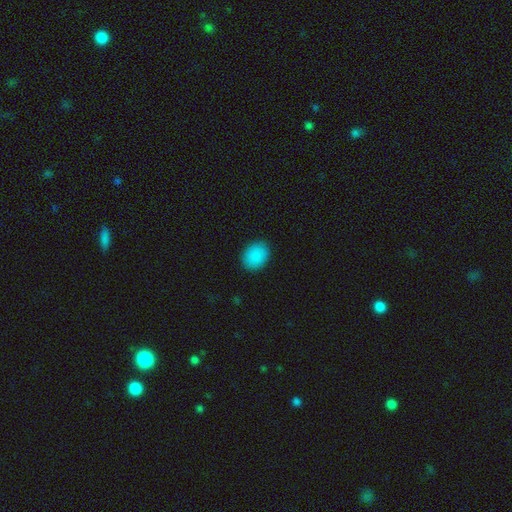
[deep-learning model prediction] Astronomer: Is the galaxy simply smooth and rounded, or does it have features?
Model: smooth — 89%.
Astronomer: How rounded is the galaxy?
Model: in between — 60% (runner-up: round, 39%).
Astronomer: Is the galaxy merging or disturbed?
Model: none — 88%.